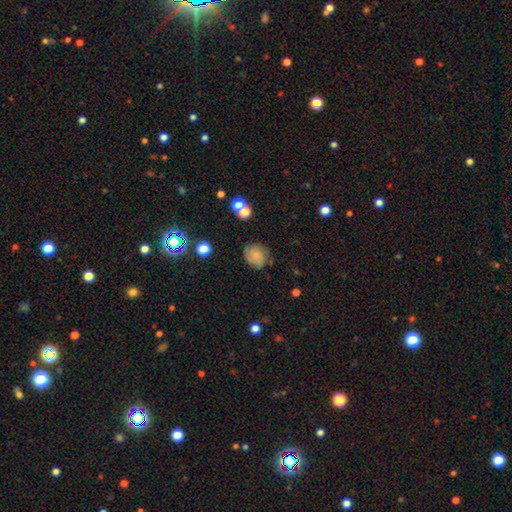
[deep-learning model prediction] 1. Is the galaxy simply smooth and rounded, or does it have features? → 58% smooth, 31% featured or disk, 10% star or artifact.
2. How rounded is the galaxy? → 64% round, 35% in between, 1% cigar-shaped.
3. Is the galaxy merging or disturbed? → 67% none, 23% minor disturbance, 7% major disturbance, 3% merger.